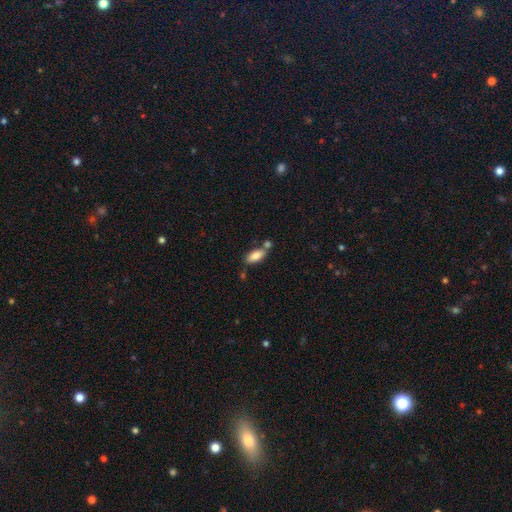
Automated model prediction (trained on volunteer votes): smooth_or_featured: smooth (p=0.83) [alt: featured or disk p=0.10]
how_rounded: in between (p=0.86) [alt: cigar-shaped p=0.11]
merging: none (p=0.60) [alt: merger p=0.23]